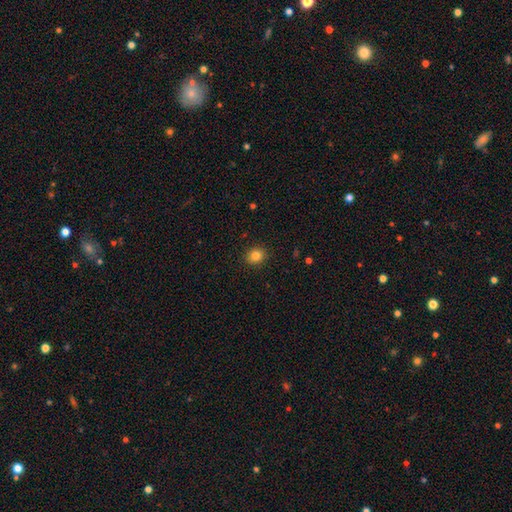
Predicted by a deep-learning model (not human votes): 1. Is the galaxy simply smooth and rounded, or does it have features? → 83% smooth, 11% star or artifact, 6% featured or disk.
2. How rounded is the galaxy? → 77% round, 22% in between, 1% cigar-shaped.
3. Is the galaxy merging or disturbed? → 91% none, 6% minor disturbance, 2% major disturbance, 1% merger.